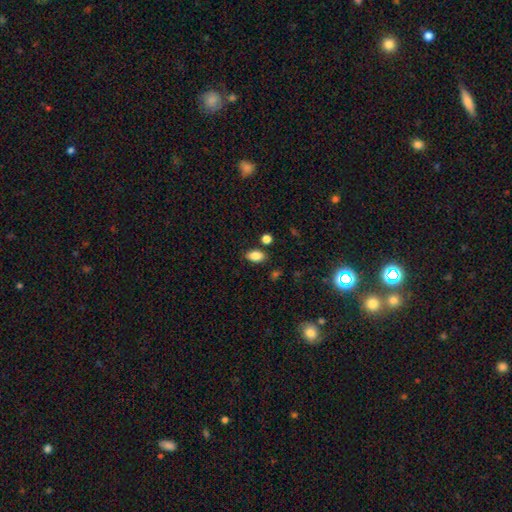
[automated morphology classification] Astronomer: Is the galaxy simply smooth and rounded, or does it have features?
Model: smooth — 85%.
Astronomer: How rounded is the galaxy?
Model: in between — 90%.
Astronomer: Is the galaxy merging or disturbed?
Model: none — 82%.